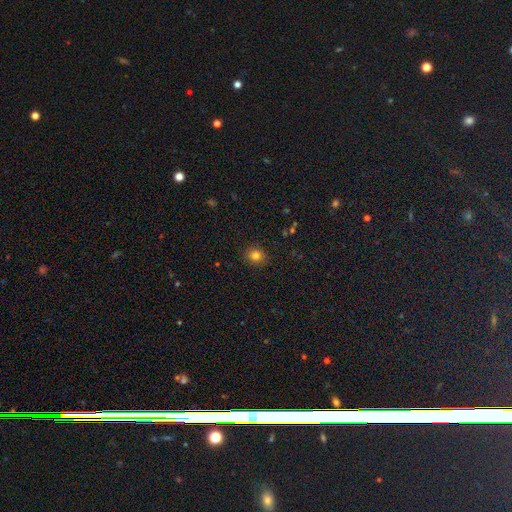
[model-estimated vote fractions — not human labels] Smooth or featured: smooth — 81% (star or artifact — 13%)
How rounded: round — 79% (in between — 20%)
Merging: none — 89% (minor disturbance — 7%)